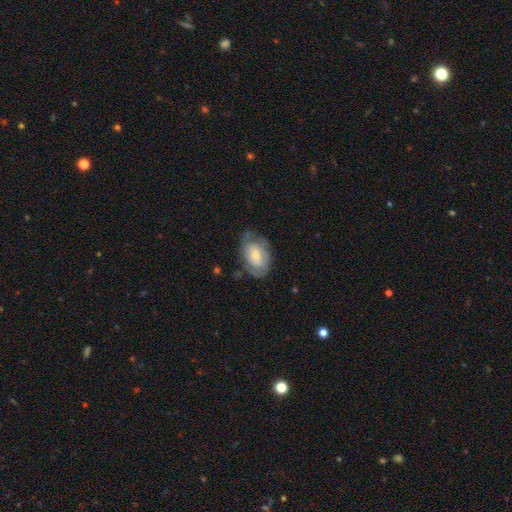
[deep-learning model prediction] smooth 48%, featured or disk 46%, star or artifact 6%. Down the decision tree: merging — none (58%).